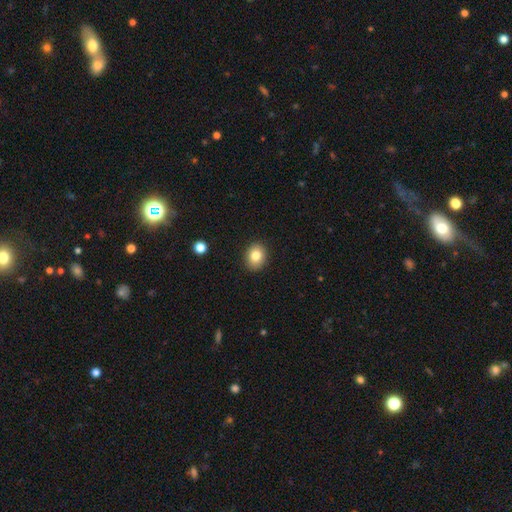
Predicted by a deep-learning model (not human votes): Q: Smooth or featured?
A: smooth (82%); runner-up: star or artifact (9%)
Q: How rounded?
A: round (50%); runner-up: in between (49%)
Q: Merging?
A: none (90%); runner-up: minor disturbance (7%)